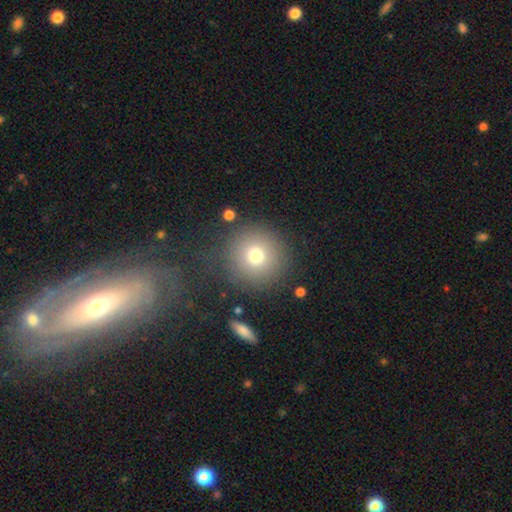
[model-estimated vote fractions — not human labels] Smooth or featured?
  - smooth: 72% *
  - star or artifact: 15%
  - featured or disk: 13%
How rounded?
  - round: 95% *
  - in between: 4%
  - cigar-shaped: 1%
Merging?
  - none: 82% *
  - minor disturbance: 9%
  - major disturbance: 6%
  - merger: 3%